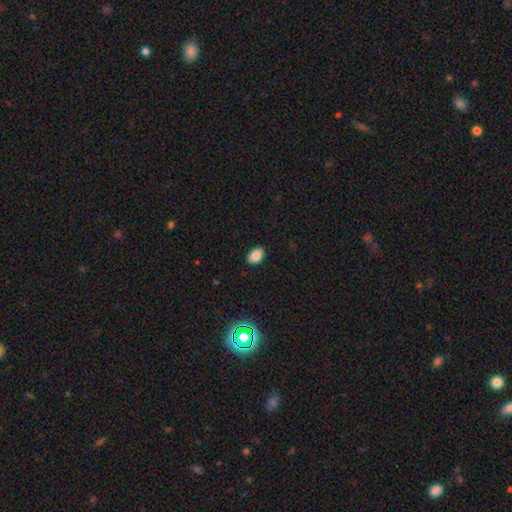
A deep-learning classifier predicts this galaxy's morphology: Smooth or featured?
  - smooth: 86% *
  - star or artifact: 9%
  - featured or disk: 5%
How rounded?
  - in between: 87% *
  - round: 11%
  - cigar-shaped: 1%
Merging?
  - none: 88% *
  - minor disturbance: 9%
  - major disturbance: 2%
  - merger: 1%